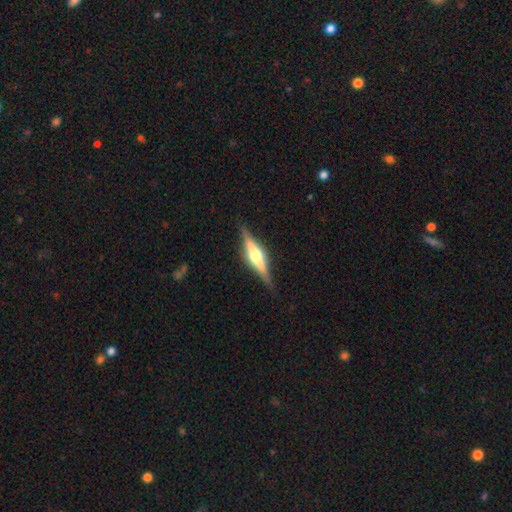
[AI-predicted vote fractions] A featured or disk galaxy (76%) viewed edge-on (97%) with a rounded central bulge (89%).

Vote fractions:
- Smooth or featured? featured or disk: 76% / smooth: 19% / star or artifact: 6%
- Edge-on disk? yes: 97% / no: 3%
- Edge-on bulge? rounded: 89% / boxy: 9% / none: 3%
- Merging? none: 87% / minor disturbance: 9% / major disturbance: 2% / merger: 1%